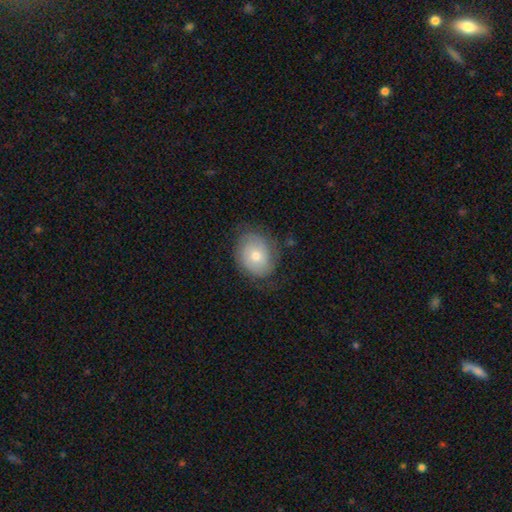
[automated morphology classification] This is possibly a smooth galaxy (50%). How rounded: possibly round (51%). Merging: likely none (71%).